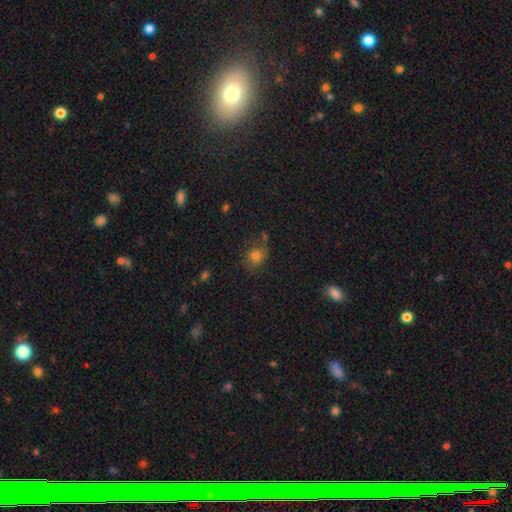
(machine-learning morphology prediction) This is likely a smooth galaxy (73%). How rounded: likely round (67%). Merging: likely none (62%).